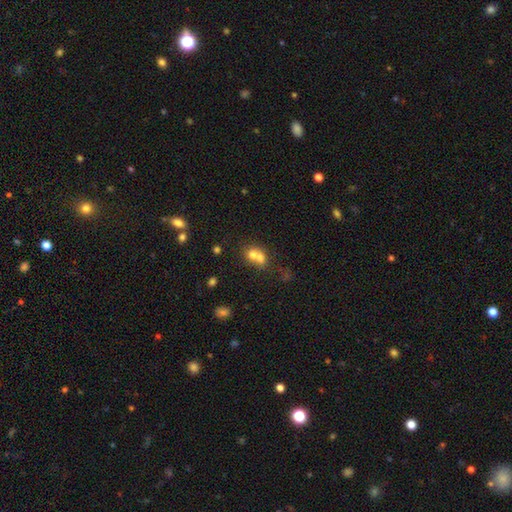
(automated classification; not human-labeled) Morphology: type=smooth (68%); roundness=round (68%); merging=merger (68%).